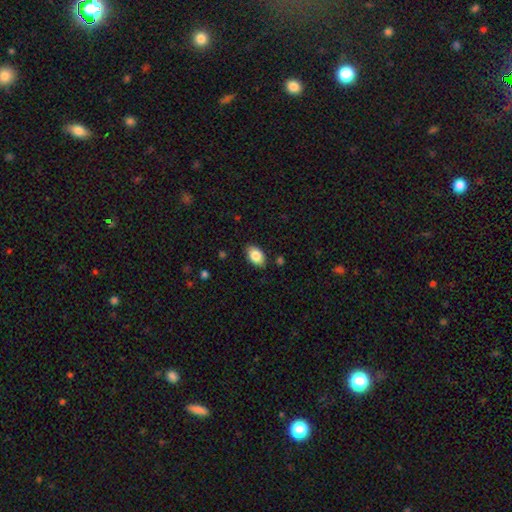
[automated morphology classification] A smooth galaxy with no disk features (85%) that is in between round and cigar-shaped (91%).

Vote fractions:
- Smooth or featured? smooth: 85% / featured or disk: 8% / star or artifact: 7%
- How rounded? in between: 91% / round: 7% / cigar-shaped: 1%
- Merging? none: 87% / minor disturbance: 10% / major disturbance: 2% / merger: 1%